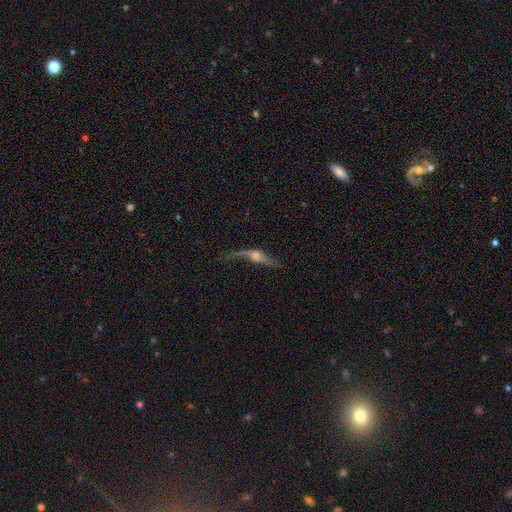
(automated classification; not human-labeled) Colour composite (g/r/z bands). It shows a featured or disk galaxy (67%) viewed edge-on (54%). Merging: none (40%).